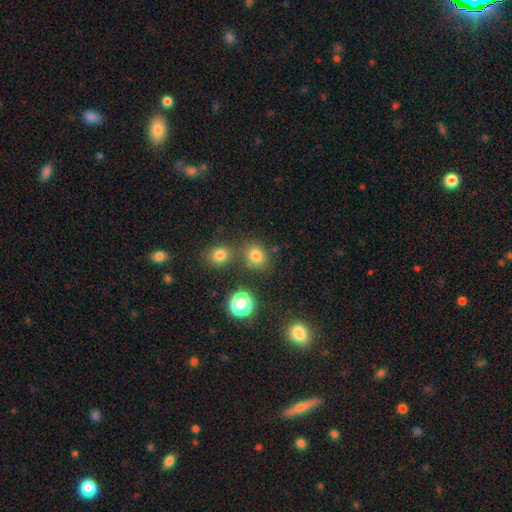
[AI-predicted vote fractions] This appears to be a smooth galaxy with no disk features (74%) that is round (66%). Merging: none (72%).